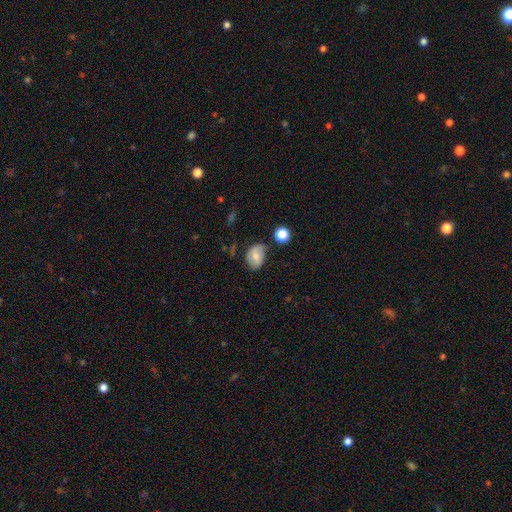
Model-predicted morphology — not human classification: type=smooth (64%); roundness=in between (68%); merging=none (63%).